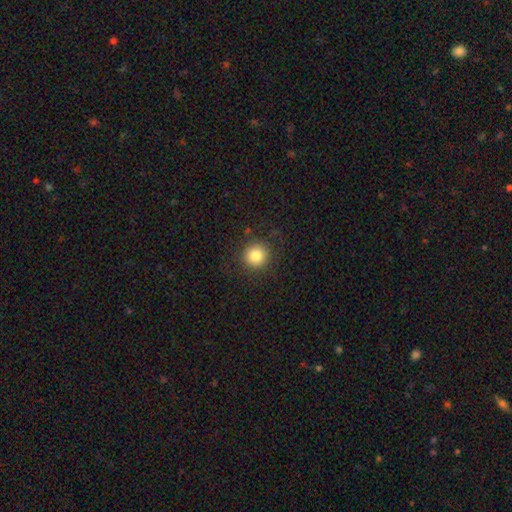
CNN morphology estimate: This is clearly a smooth galaxy (83%). How rounded: clearly round (94%). Merging: clearly none (89%).